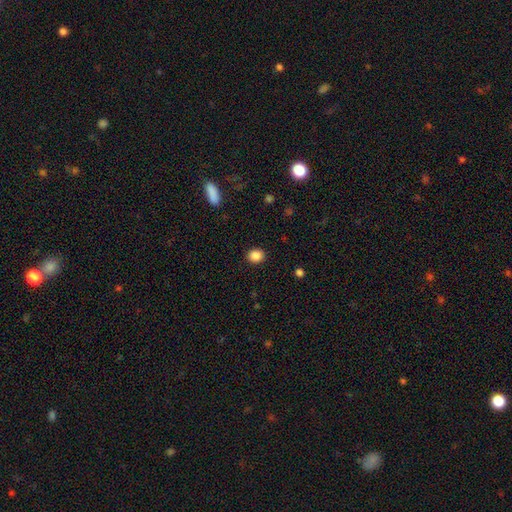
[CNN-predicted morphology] This appears to be a smooth galaxy with no disk features (87%) that is round (72%). Merging: none (90%).